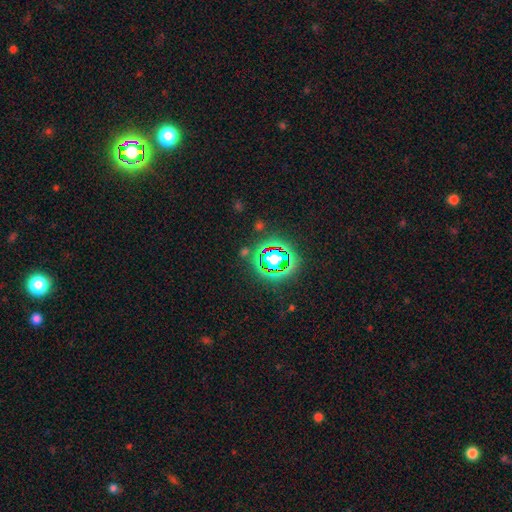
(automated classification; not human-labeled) This is likely a star or artifact rather than a galaxy (80%).